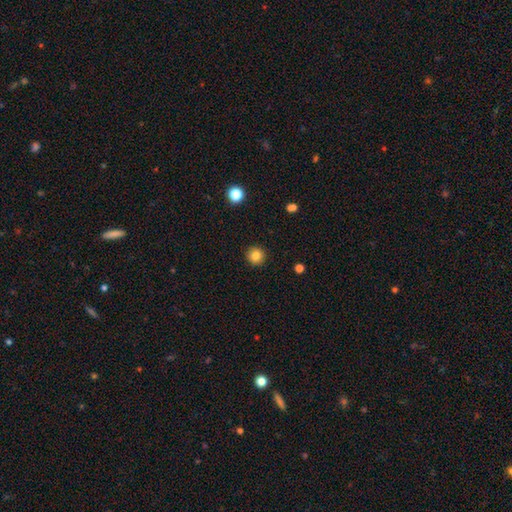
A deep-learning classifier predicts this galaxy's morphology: smooth-or-featured: smooth: 83% | star or artifact: 11% | featured or disk: 6%
  how-rounded: round: 95% | in between: 4% | cigar-shaped: 1%
  merging: none: 92% | minor disturbance: 5% | major disturbance: 2% | merger: 1%